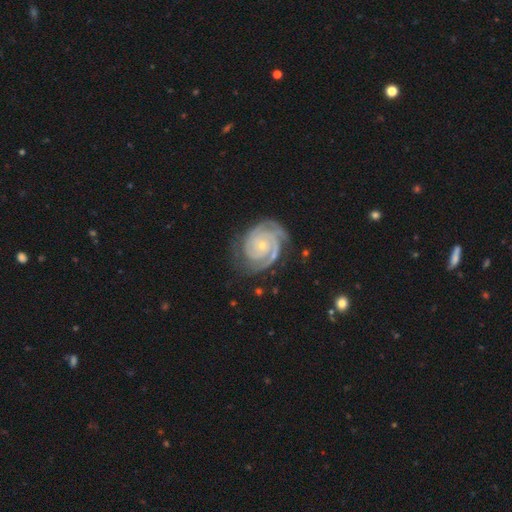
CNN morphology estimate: smooth_or_featured: featured or disk (p=0.75) [alt: star or artifact p=0.13]
disk_edge_on: no (p=0.97) [alt: yes p=0.03]
bar: no (p=0.67) [alt: weak p=0.25]
has_spiral_arms: yes (p=0.96) [alt: no p=0.04]
spiral_winding: tight (p=0.77) [alt: medium p=0.19]
spiral_arm_count: 2 (p=0.33) [alt: can't tell p=0.25]
bulge_size: small (p=0.65) [alt: moderate p=0.30]
merging: none (p=0.79) [alt: minor disturbance p=0.14]